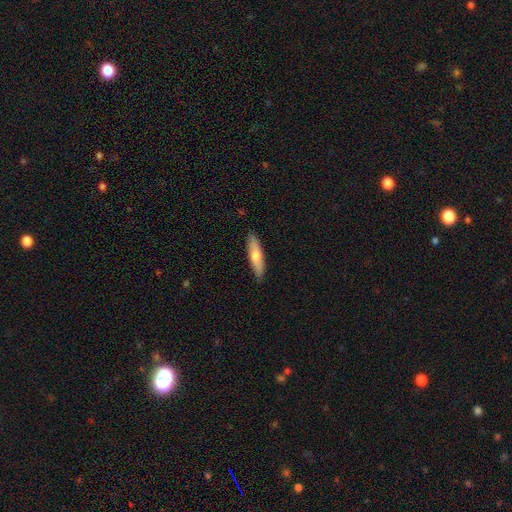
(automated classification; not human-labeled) Smooth or featured: smooth — 64% (featured or disk — 30%)
How rounded: cigar-shaped — 70% (in between — 28%)
Merging: none — 89% (minor disturbance — 8%)